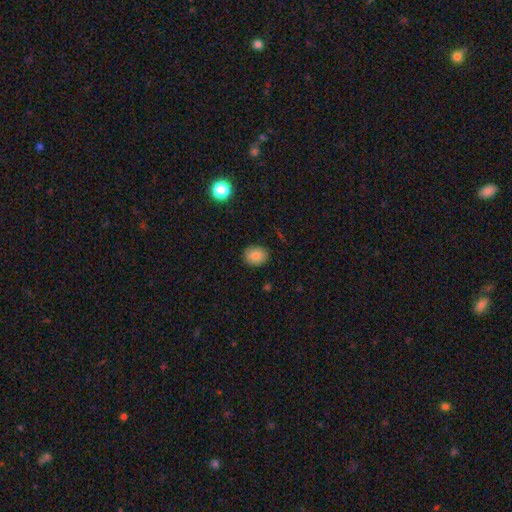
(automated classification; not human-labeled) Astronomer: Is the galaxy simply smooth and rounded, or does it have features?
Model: smooth — 84%.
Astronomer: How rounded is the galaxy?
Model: round — 50% (runner-up: in between, 49%).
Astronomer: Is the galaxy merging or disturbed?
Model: none — 86%.